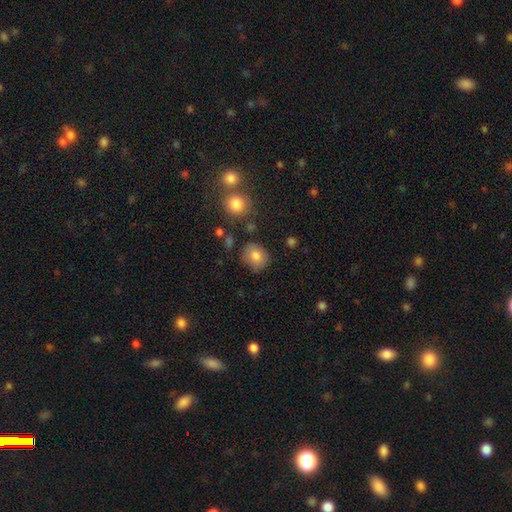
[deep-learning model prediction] Smooth or featured?
  - smooth: 80% *
  - featured or disk: 11%
  - star or artifact: 9%
How rounded?
  - round: 71% *
  - in between: 28%
  - cigar-shaped: 1%
Merging?
  - none: 78% *
  - minor disturbance: 14%
  - major disturbance: 4%
  - merger: 4%